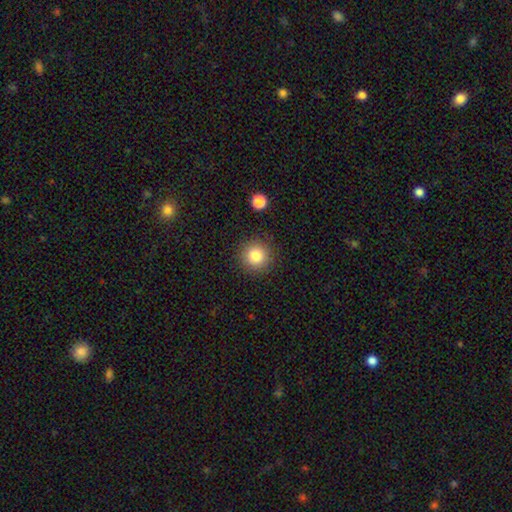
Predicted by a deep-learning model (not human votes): smooth_or_featured: smooth (p=0.83) [alt: star or artifact p=0.11]
how_rounded: round (p=0.94) [alt: in between p=0.05]
merging: none (p=0.89) [alt: minor disturbance p=0.07]